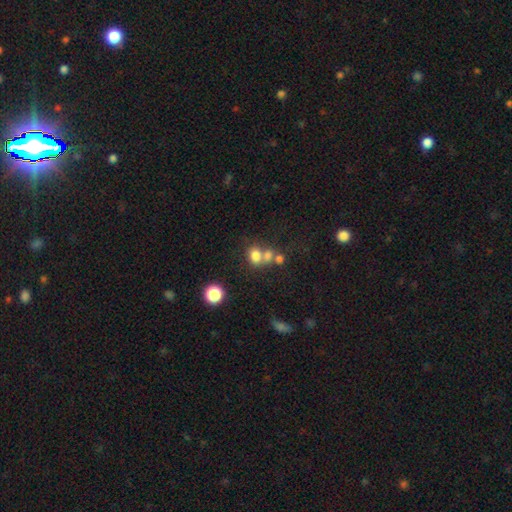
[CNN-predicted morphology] smooth_or_featured: smooth (p=0.74) [alt: star or artifact p=0.14]
how_rounded: round (p=0.50) [alt: in between p=0.49]
merging: merger (p=0.46) [alt: none p=0.39]